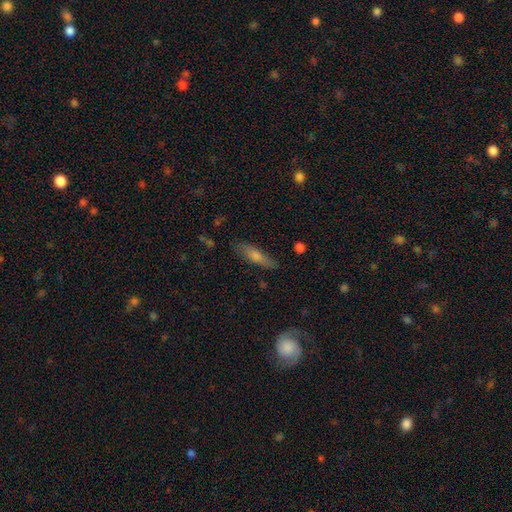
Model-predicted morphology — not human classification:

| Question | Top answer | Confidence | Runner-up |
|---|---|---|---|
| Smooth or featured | smooth | 51% | featured or disk (39%) |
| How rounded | cigar-shaped | 70% | in between (27%) |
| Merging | none | 79% | minor disturbance (15%) |